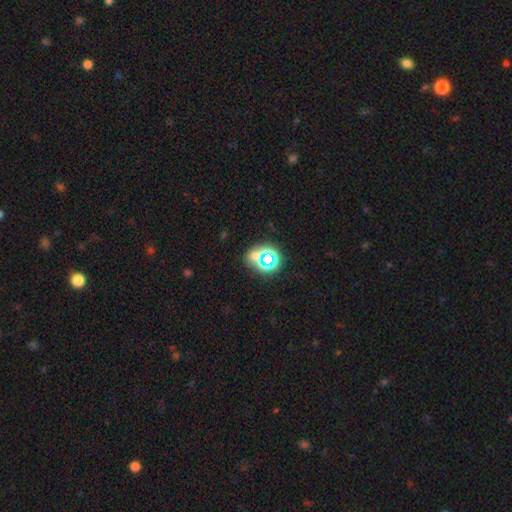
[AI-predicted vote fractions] star or artifact 55%, smooth 34%, featured or disk 12%.